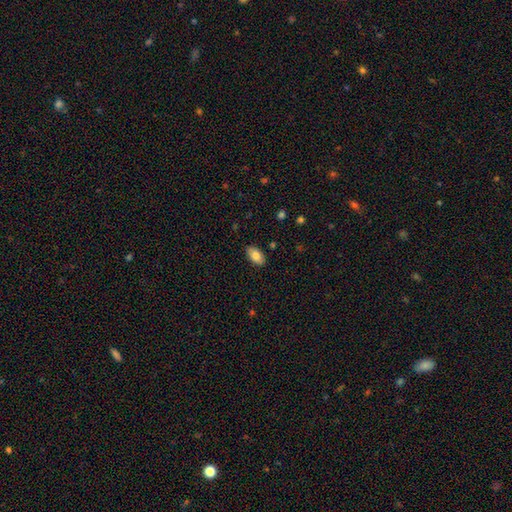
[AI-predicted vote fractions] smooth-or-featured: smooth: 81% | featured or disk: 12% | star or artifact: 7%
  how-rounded: in between: 94% | round: 4% | cigar-shaped: 2%
  merging: none: 88% | minor disturbance: 9% | major disturbance: 2% | merger: 1%